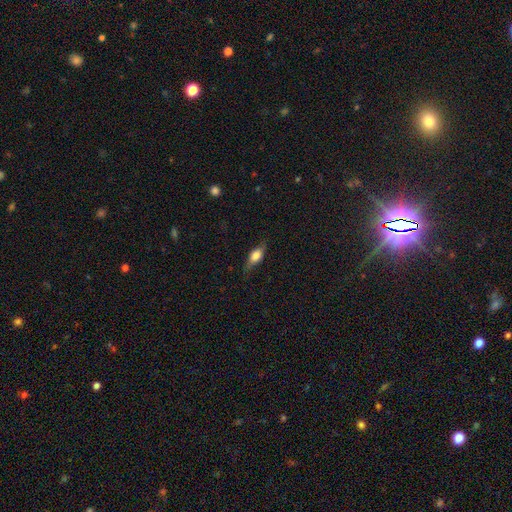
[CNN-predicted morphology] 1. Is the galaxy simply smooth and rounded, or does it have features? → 63% smooth, 29% featured or disk, 8% star or artifact.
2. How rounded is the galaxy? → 73% in between, 21% cigar-shaped, 7% round.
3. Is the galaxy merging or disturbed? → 74% none, 19% minor disturbance, 5% major disturbance, 1% merger.